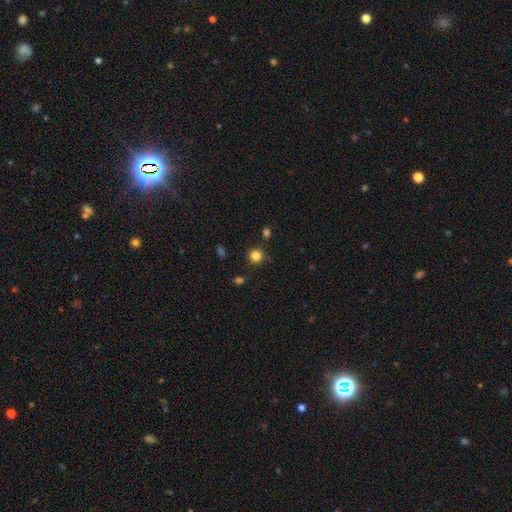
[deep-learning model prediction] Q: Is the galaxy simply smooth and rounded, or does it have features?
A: smooth — 83%.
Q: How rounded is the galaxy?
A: round — 93%.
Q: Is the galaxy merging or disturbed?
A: none — 85%.